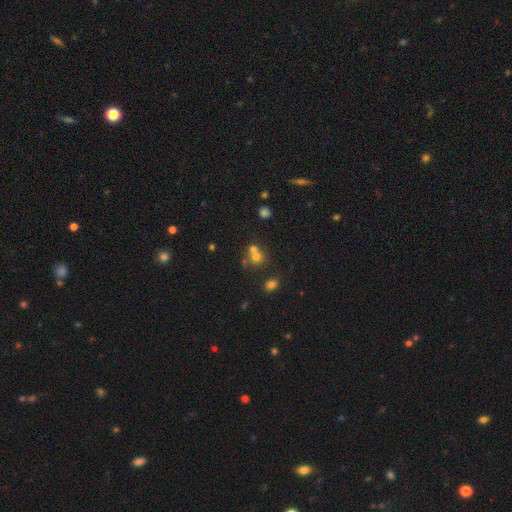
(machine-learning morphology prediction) Overall: smooth (63%). How rounded: round (80%). Merging: merger (46%; none 43%).